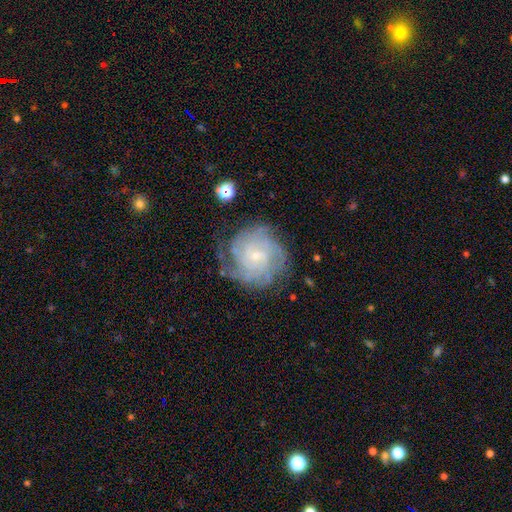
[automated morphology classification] The model was most divided on "spiral arm count": can't tell: 38%, 4: 22%, 3: 14%, more than 4: 11%, 2: 10%, 1: 6%. More confident: edge-on disk — no (97%); spiral arms — yes (94%); smooth or featured — featured or disk (81%); bulge size — small (80%); spiral winding — tight (69%); merging — none (69%); bar — no (68%).